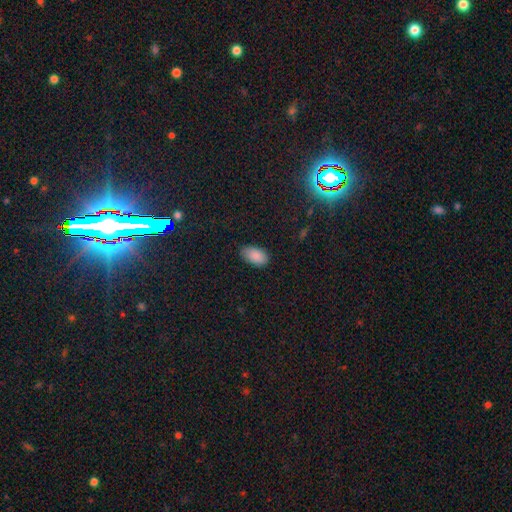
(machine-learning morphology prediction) This appears to be a smooth galaxy with no disk features (88%) that is in between round and cigar-shaped (94%). Merging: none (77%).